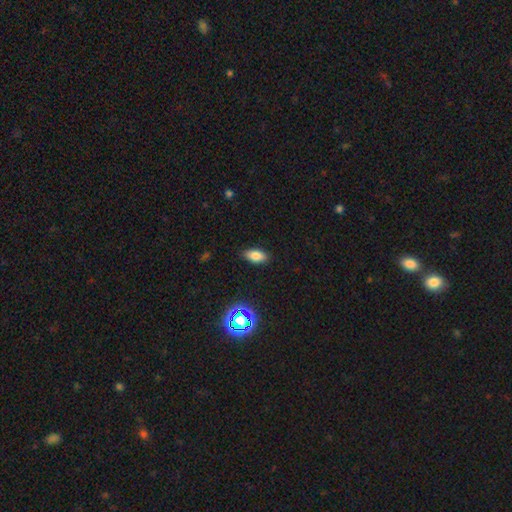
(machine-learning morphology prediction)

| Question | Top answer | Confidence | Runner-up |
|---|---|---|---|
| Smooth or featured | smooth | 79% | star or artifact (13%) |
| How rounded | in between | 89% | cigar-shaped (6%) |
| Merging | none | 86% | minor disturbance (11%) |